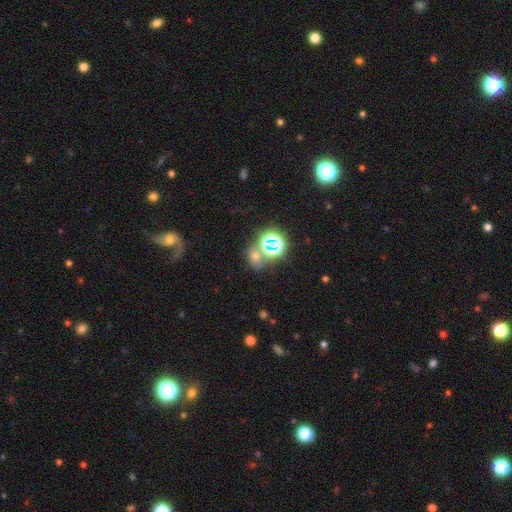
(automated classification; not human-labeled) Smooth or featured? Predicted: smooth (p=0.47). Merging? Predicted: none (p=0.60).